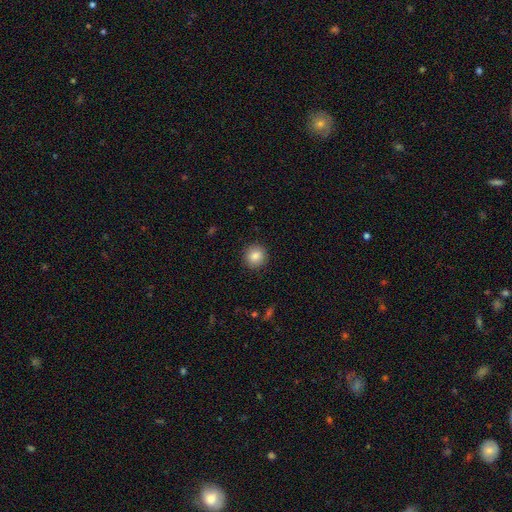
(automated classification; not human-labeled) A smooth galaxy with no disk features (85%) that is round (93%).

Vote fractions:
- Smooth or featured? smooth: 85% / star or artifact: 9% / featured or disk: 6%
- How rounded? round: 93% / in between: 6% / cigar-shaped: 1%
- Merging? none: 91% / minor disturbance: 6% / major disturbance: 2% / merger: 1%